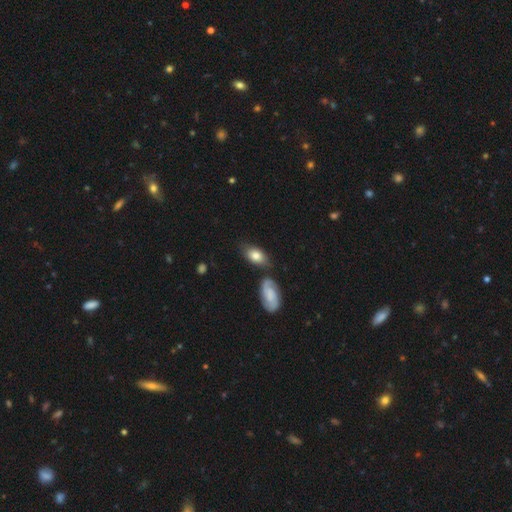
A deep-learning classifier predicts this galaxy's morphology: smooth-or-featured: smooth: 75% | featured or disk: 18% | star or artifact: 7%
  how-rounded: in between: 89% | round: 7% | cigar-shaped: 4%
  merging: none: 65% | minor disturbance: 19% | merger: 11% | major disturbance: 5%